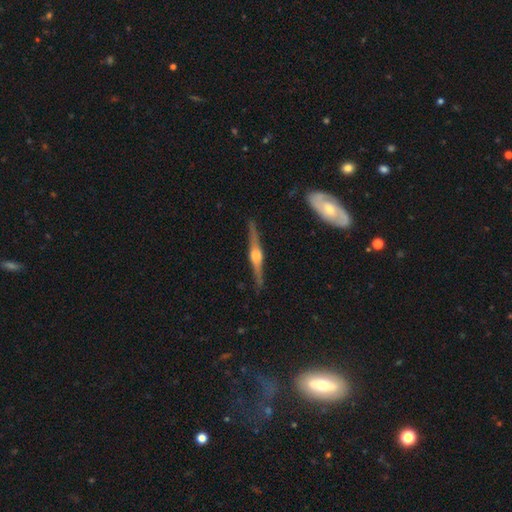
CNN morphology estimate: A featured or disk galaxy (85%) viewed edge-on (98%) with a rounded central bulge (92%). Merging: none (89%).